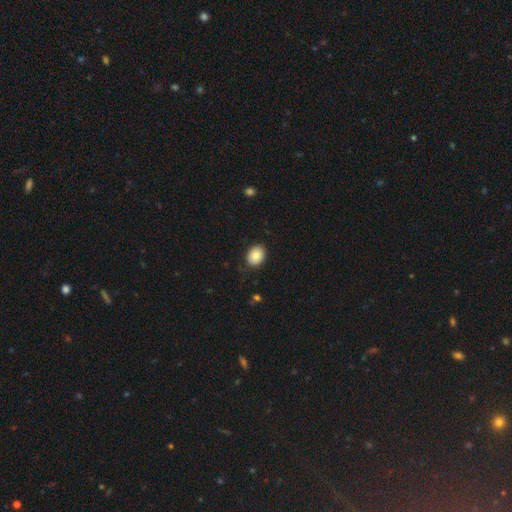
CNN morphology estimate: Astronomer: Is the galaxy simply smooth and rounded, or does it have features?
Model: smooth — 82%.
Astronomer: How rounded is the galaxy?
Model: round — 50% (runner-up: in between, 49%).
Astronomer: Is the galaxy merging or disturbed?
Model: none — 85%.